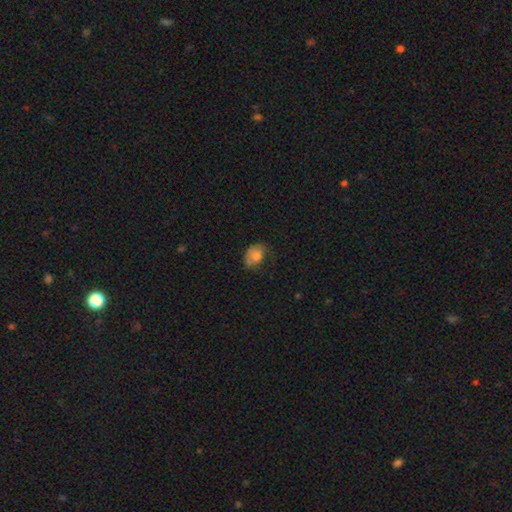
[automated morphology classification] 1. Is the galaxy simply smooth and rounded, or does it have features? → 71% smooth, 20% featured or disk, 9% star or artifact.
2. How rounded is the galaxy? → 73% in between, 25% round, 1% cigar-shaped.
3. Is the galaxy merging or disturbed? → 44% none, 35% minor disturbance, 19% major disturbance, 2% merger.